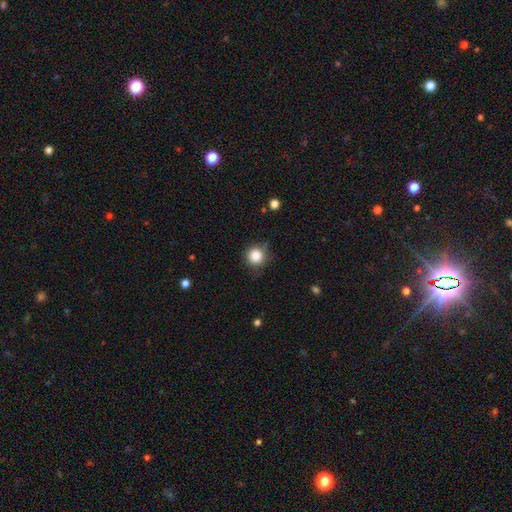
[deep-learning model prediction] Morphology: type=smooth (85%); roundness=round (93%); merging=none (75%).